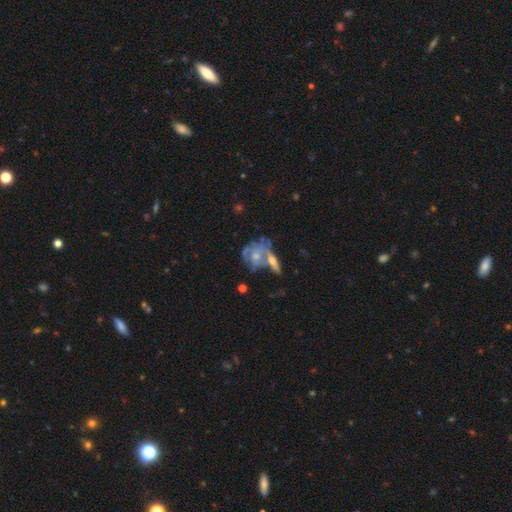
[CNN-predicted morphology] A featured or disk galaxy (66%) with no bar (81%), spiral arms (55%) and a moderate central bulge (55%).

Vote fractions:
- Smooth or featured? featured or disk: 66% / smooth: 27% / star or artifact: 7%
- Edge-on disk? no: 89% / yes: 11%
- Bar? no: 81% / weak: 16% / strong: 3%
- Spiral arms? yes: 55% / no: 45%
- Bulge size? moderate: 55% / small: 30% / large: 7% / none: 6% / dominant: 2%
- Merging? merger: 36% (tied) / none: 36% (tied) / minor disturbance: 16% / major disturbance: 12%